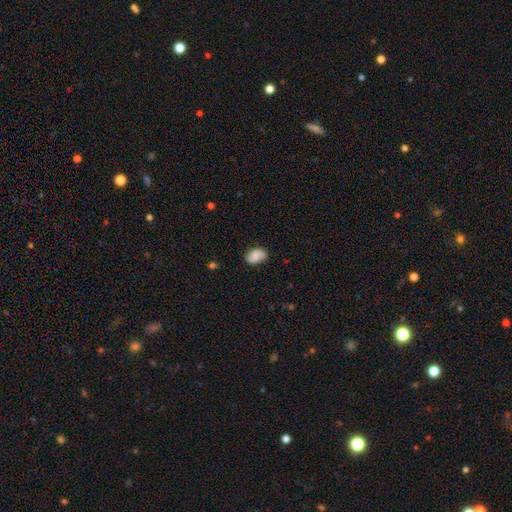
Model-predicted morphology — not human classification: smooth 72%, featured or disk 20%, star or artifact 8%. Down the decision tree: how rounded — in between (85%); merging — none (77%).